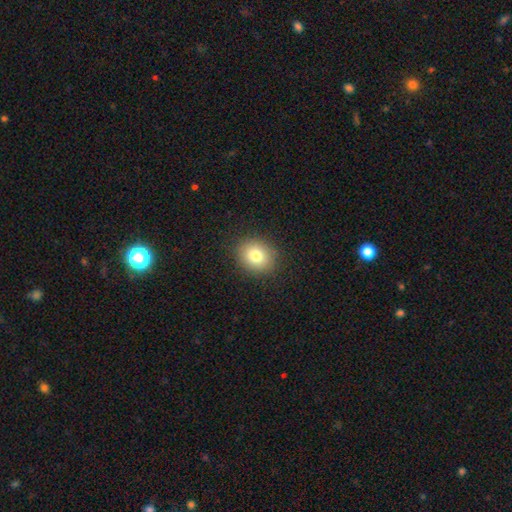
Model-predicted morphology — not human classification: A smooth galaxy with no disk features (80%) that is round (65%).

Vote fractions:
- Smooth or featured? smooth: 80% / star or artifact: 10% / featured or disk: 9%
- How rounded? round: 65% / in between: 34% / cigar-shaped: 1%
- Merging? none: 89% / minor disturbance: 8% / major disturbance: 3% / merger: 1%